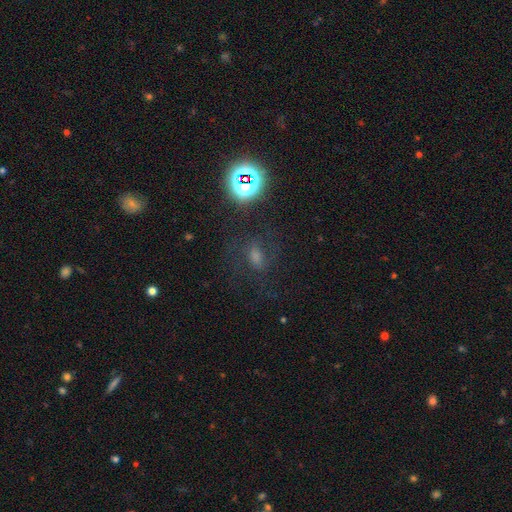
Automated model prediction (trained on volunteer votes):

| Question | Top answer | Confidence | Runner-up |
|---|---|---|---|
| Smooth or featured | smooth | 46% | star or artifact (33%) |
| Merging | none | 66% | minor disturbance (17%) |